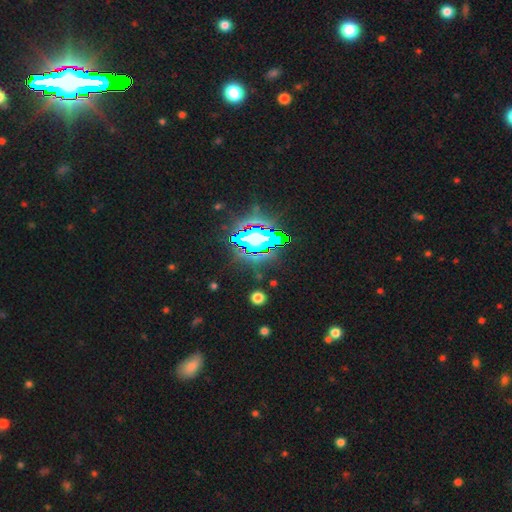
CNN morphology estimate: This is likely a star or artifact rather than a galaxy (68%).